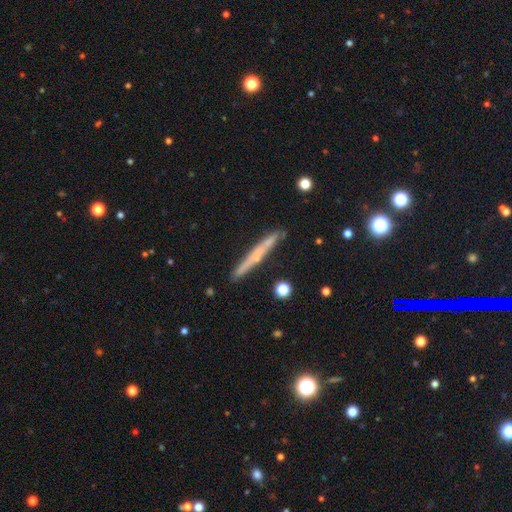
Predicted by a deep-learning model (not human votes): A featured or disk galaxy (48%). Merging: none (84%).